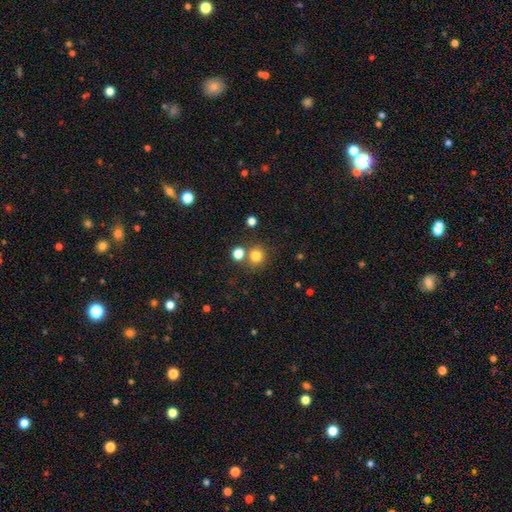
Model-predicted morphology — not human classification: This appears to be a smooth galaxy with no disk features (80%) that is round (90%). Merging: none (72%).